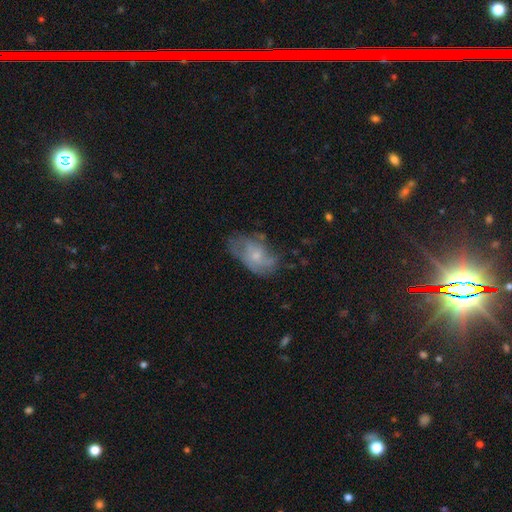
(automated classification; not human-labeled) Smooth or featured: featured or disk — 59% (smooth — 33%)
Edge-on disk: no — 96% (yes — 4%)
Bar: no — 79% (weak — 19%)
Spiral arms: yes — 72% (no — 28%)
Bulge size: small — 59% (moderate — 33%)
Merging: none — 53% (minor disturbance — 28%)